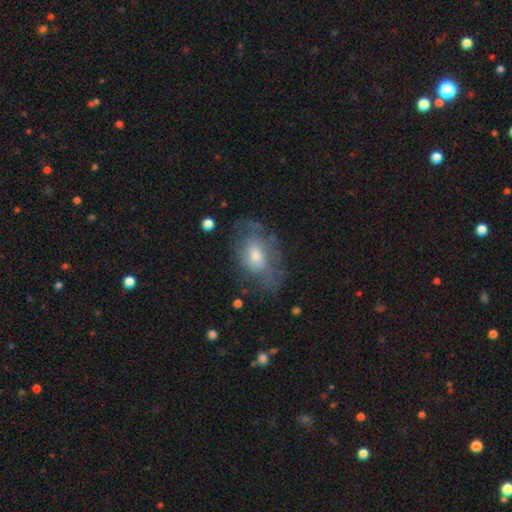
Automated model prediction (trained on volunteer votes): Smooth or featured? Predicted: featured or disk (p=0.50). Edge-on disk? Predicted: no (p=0.93). Merging? Predicted: none (p=0.58).